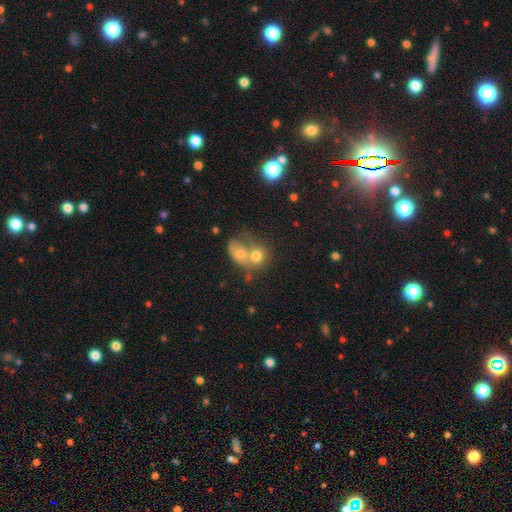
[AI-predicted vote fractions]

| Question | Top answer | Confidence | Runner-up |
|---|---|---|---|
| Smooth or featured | smooth | 70% | featured or disk (19%) |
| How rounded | round | 64% | in between (35%) |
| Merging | merger | 66% | none (21%) |